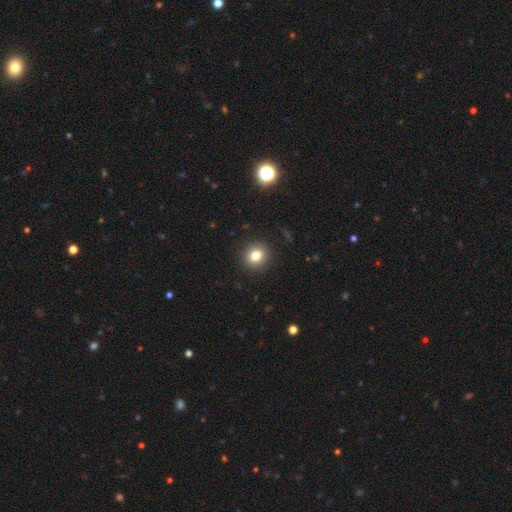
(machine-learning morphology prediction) A smooth galaxy with no disk features (81%) that is round (83%).

Vote fractions:
- Smooth or featured? smooth: 81% / star or artifact: 12% / featured or disk: 8%
- How rounded? round: 83% / in between: 16% / cigar-shaped: 1%
- Merging? none: 90% / minor disturbance: 6% / major disturbance: 2% / merger: 1%